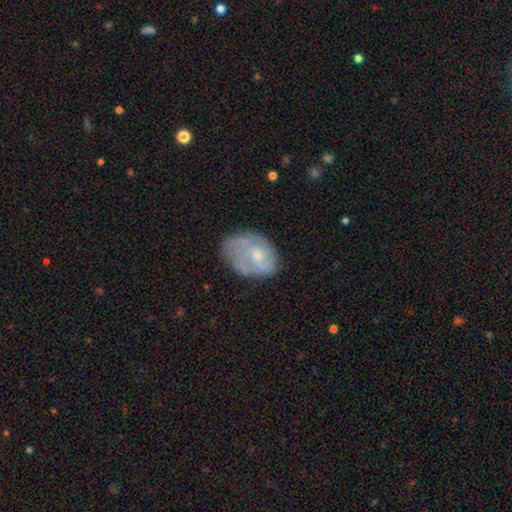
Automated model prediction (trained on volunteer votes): A featured or disk galaxy (52%) with no bar (80%), spiral arms (51%) and a small central bulge (53%). Merging: none (46%).